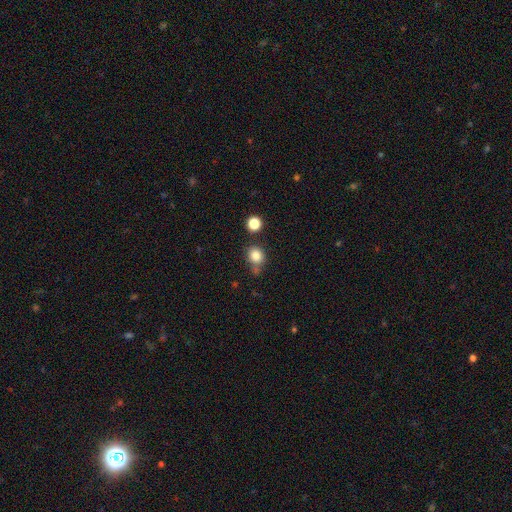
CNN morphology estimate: This appears to be a smooth galaxy with no disk features (82%) that is round (78%). Merging: none (63%).